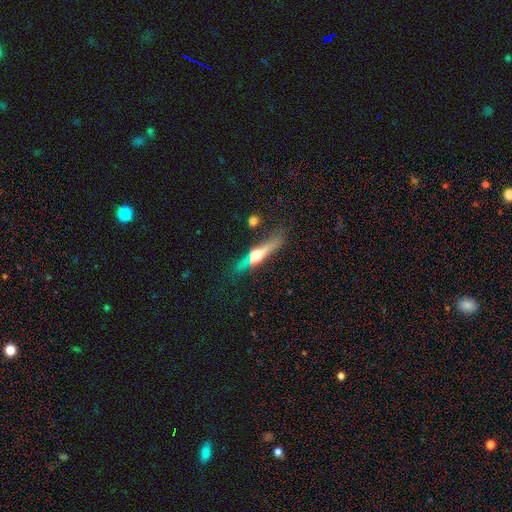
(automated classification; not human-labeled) Smooth or featured? featured or disk (57%)
Edge-on disk? yes (89%)
Edge-on bulge? rounded (92%)
Merging? none (58%)